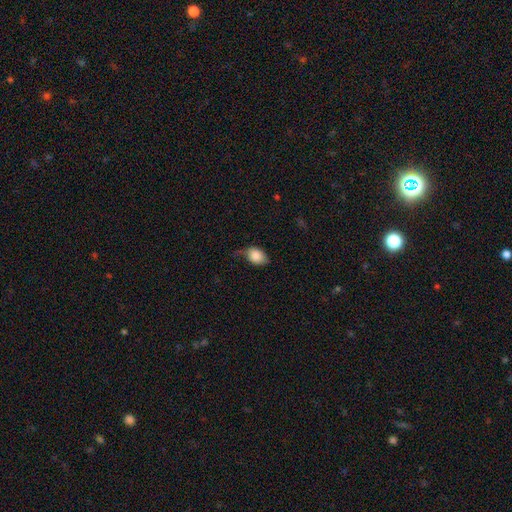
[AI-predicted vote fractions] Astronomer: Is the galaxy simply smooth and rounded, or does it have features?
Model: smooth — 81%.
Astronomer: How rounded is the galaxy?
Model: in between — 82%.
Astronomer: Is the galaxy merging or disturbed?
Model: none — 42% (runner-up: minor disturbance, 37%).